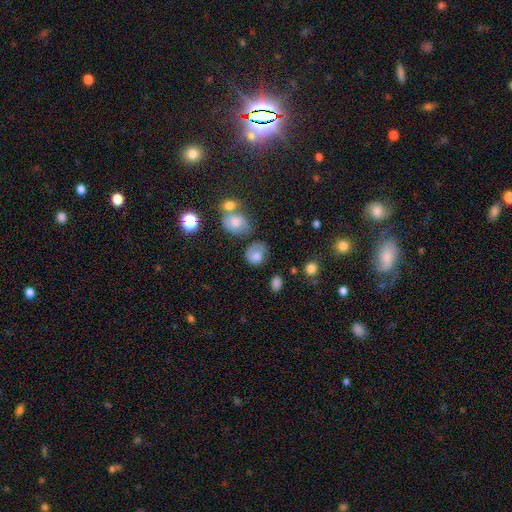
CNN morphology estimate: This is likely a smooth galaxy (73%). How rounded: possibly round (50%). Merging: marginally none (42%).